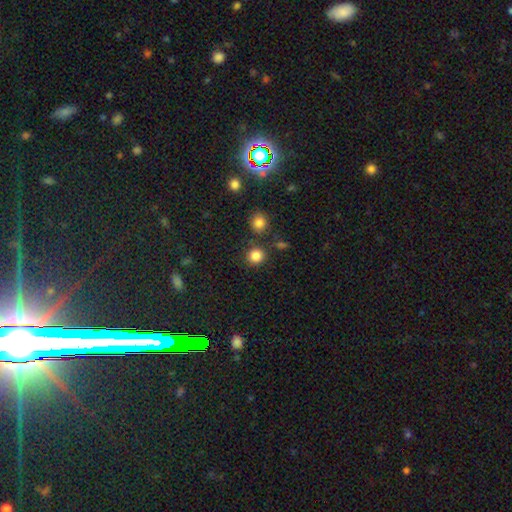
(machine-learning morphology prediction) Smooth or featured? Predicted: smooth (p=0.84). How rounded? Predicted: round (p=0.91). Merging? Predicted: none (p=0.83).